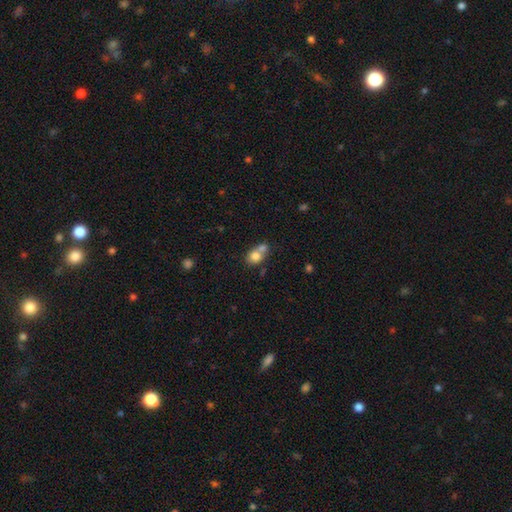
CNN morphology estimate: The model was most divided on "how rounded": round: 60%, in between: 39%, cigar-shaped: 1%. More confident: smooth or featured — smooth (77%); merging — merger (56%).